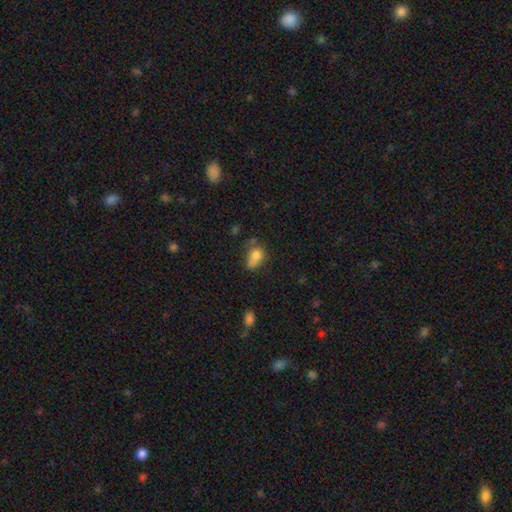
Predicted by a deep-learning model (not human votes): Smooth or featured? Predicted: smooth (p=0.76). How rounded? Predicted: in between (p=0.71). Merging? Predicted: none (p=0.34).